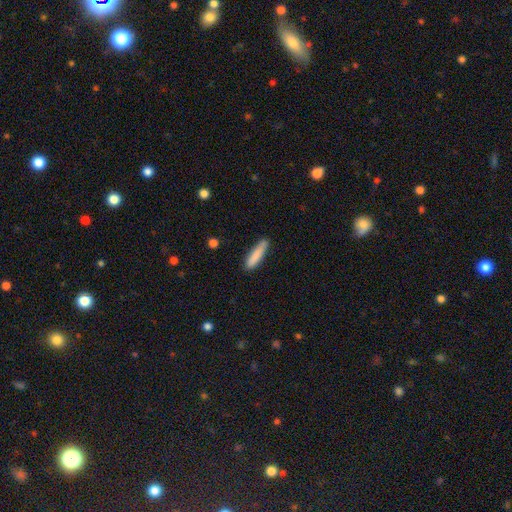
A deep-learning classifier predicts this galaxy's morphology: A smooth galaxy with no disk features (84%) that is cigar-shaped (84%).

Vote fractions:
- Smooth or featured? smooth: 84% / featured or disk: 10% / star or artifact: 6%
- How rounded? cigar-shaped: 84% / in between: 14% / round: 1%
- Merging? none: 78% / minor disturbance: 17% / major disturbance: 3% / merger: 2%